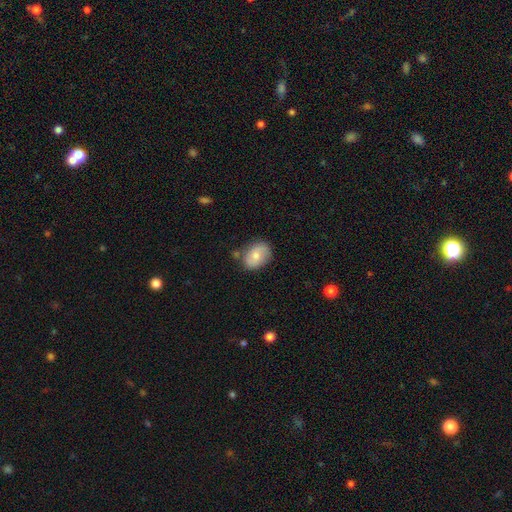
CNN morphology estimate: smooth-or-featured: smooth: 65% | featured or disk: 28% | star or artifact: 7%
  how-rounded: in between: 73% | round: 26% | cigar-shaped: 1%
  merging: none: 71% | minor disturbance: 20% | merger: 5% | major disturbance: 4%